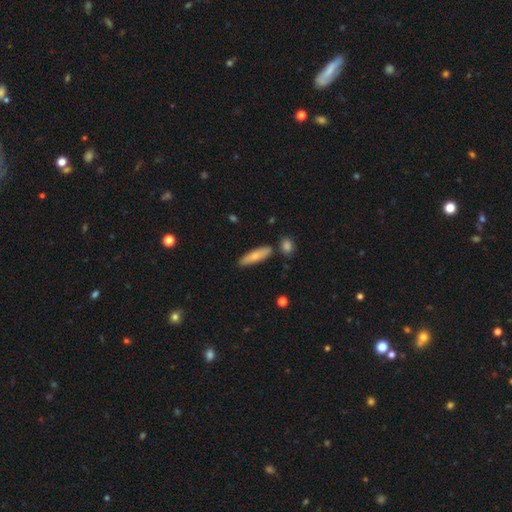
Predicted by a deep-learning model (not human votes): Morphology: type=smooth (73%); roundness=cigar-shaped (65%); merging=none (80%).